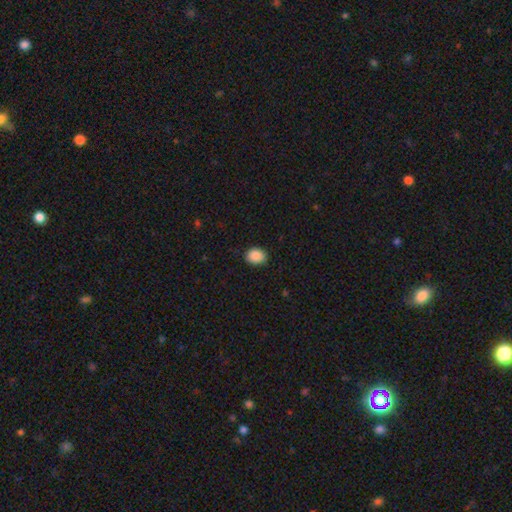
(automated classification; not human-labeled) This appears to be a smooth galaxy with no disk features (88%) that is in between round and cigar-shaped (55%). Merging: none (86%).